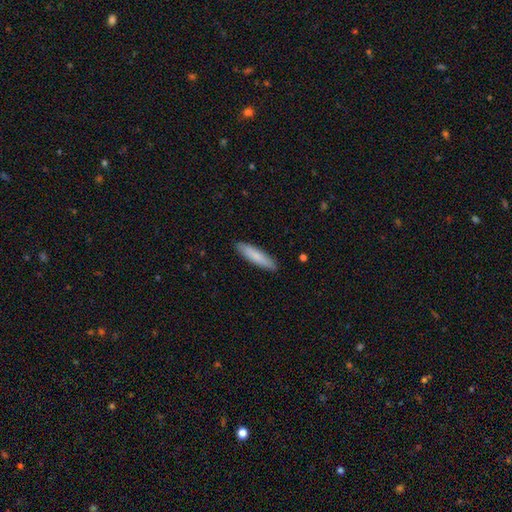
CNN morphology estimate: Smooth or featured?
  - smooth: 81% *
  - featured or disk: 14%
  - star or artifact: 5%
How rounded?
  - cigar-shaped: 81% *
  - in between: 18%
  - round: 1%
Merging?
  - none: 90% *
  - minor disturbance: 8%
  - major disturbance: 2%
  - merger: 1%